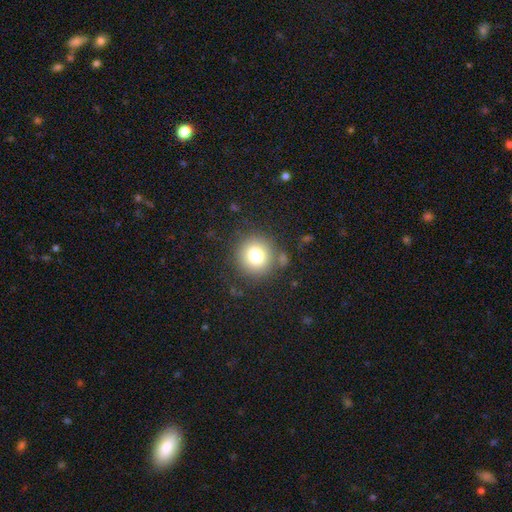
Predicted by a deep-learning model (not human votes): smooth 78%, star or artifact 12%, featured or disk 10%. Down the decision tree: how rounded — round (92%); merging — none (82%).